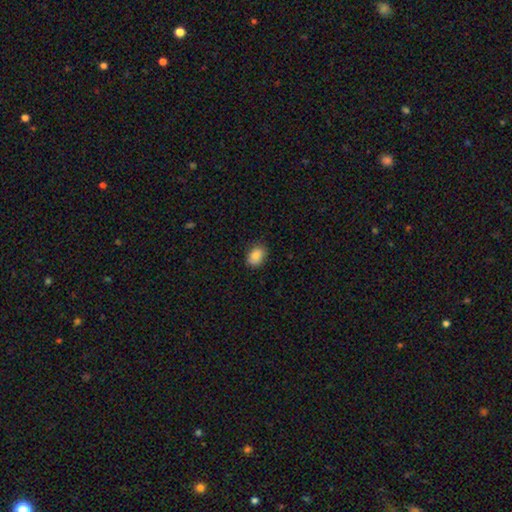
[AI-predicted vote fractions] The model was most divided on "how rounded": in between: 68%, round: 31%, cigar-shaped: 1%. More confident: smooth or featured — smooth (86%); merging — none (84%).